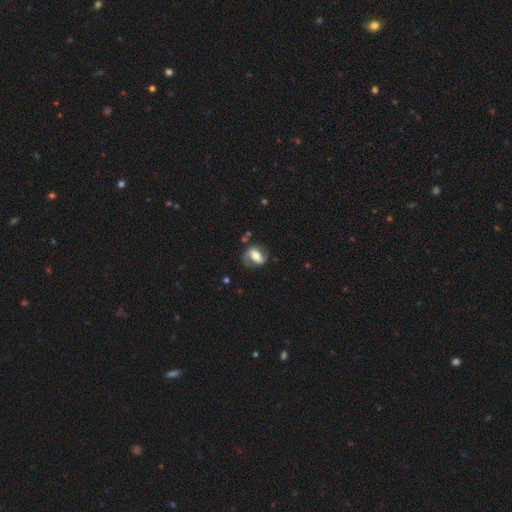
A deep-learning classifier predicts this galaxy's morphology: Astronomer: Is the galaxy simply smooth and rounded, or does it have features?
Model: featured or disk — 60%.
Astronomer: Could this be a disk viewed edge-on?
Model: no — 94%.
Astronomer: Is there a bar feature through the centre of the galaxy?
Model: strong — 41% (runner-up: weak, 33%).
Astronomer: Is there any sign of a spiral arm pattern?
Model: yes — 77%.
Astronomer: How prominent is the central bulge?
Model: moderate — 58%.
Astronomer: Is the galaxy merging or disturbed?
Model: none — 62%.